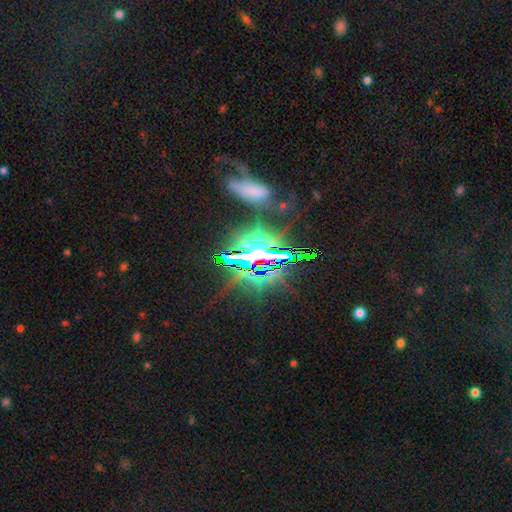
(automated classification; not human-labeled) Smooth or featured? Predicted: star or artifact (p=0.75).